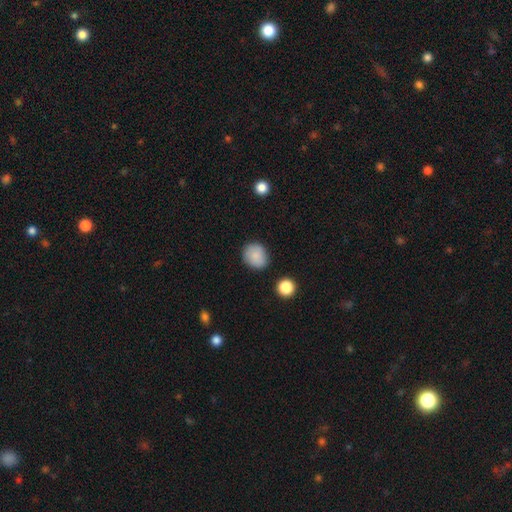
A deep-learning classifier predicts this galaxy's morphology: Smooth or featured? smooth (85%)
How rounded? round (75%)
Merging? none (83%)